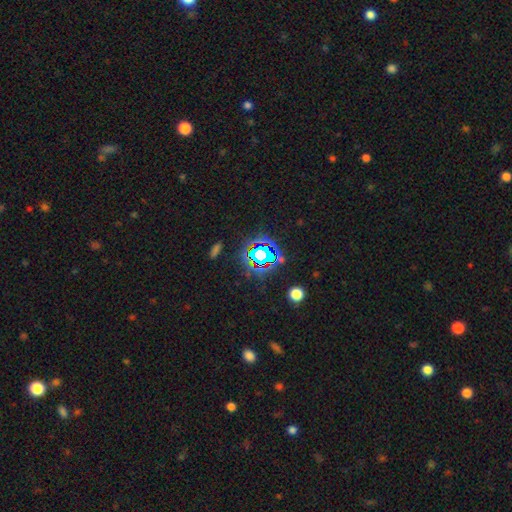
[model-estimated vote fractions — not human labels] Q: Smooth or featured?
A: star or artifact (70%); runner-up: smooth (17%)